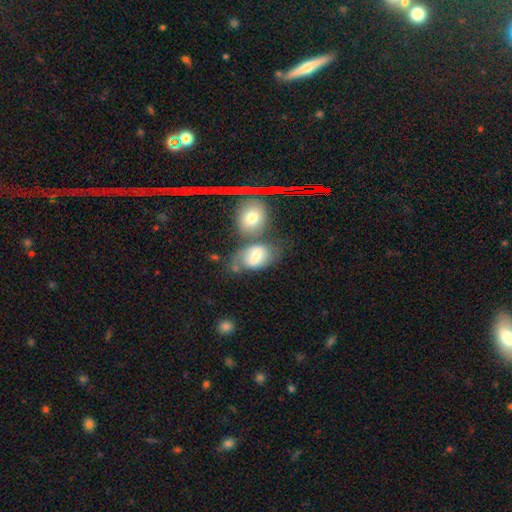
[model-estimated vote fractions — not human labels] This appears to be a smooth galaxy with no disk features (63%) that is in between round and cigar-shaped (79%). Merging: none (44%).